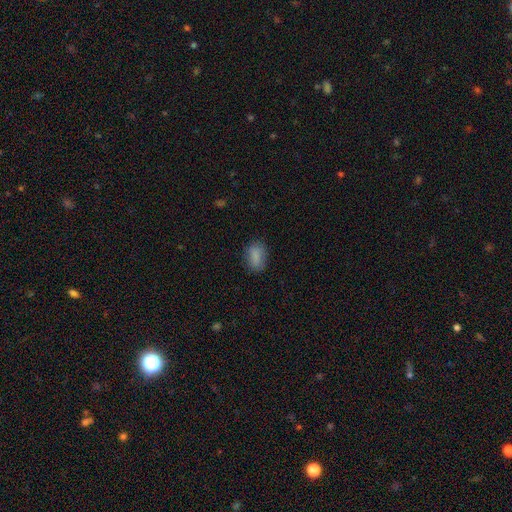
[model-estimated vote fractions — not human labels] smooth_or_featured: smooth (p=0.86) [alt: star or artifact p=0.08]
how_rounded: in between (p=0.85) [alt: round p=0.13]
merging: none (p=0.80) [alt: minor disturbance p=0.15]